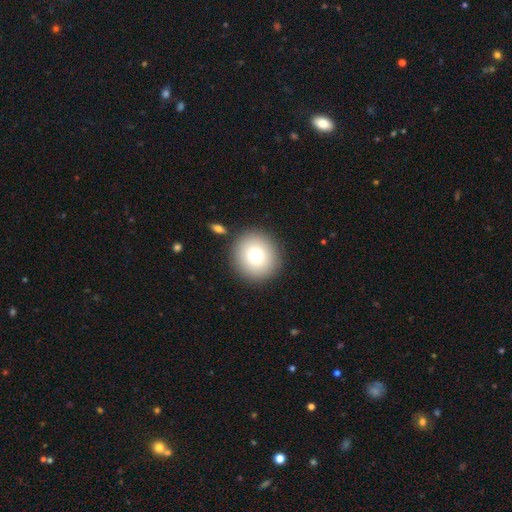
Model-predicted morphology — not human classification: A smooth galaxy with no disk features (76%) that is round (92%).

Vote fractions:
- Smooth or featured? smooth: 76% / featured or disk: 13% / star or artifact: 11%
- How rounded? round: 92% / in between: 7% / cigar-shaped: 1%
- Merging? none: 88% / minor disturbance: 6% / merger: 4% / major disturbance: 2%